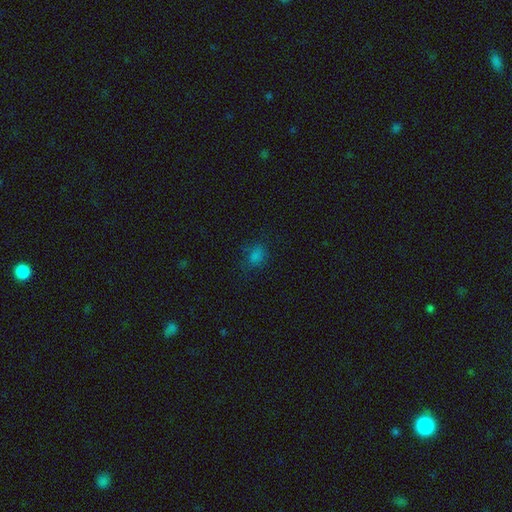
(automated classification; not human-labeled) Smooth or featured? Predicted: smooth (p=0.70). How rounded? Predicted: in between (p=0.54). Merging? Predicted: none (p=0.73).